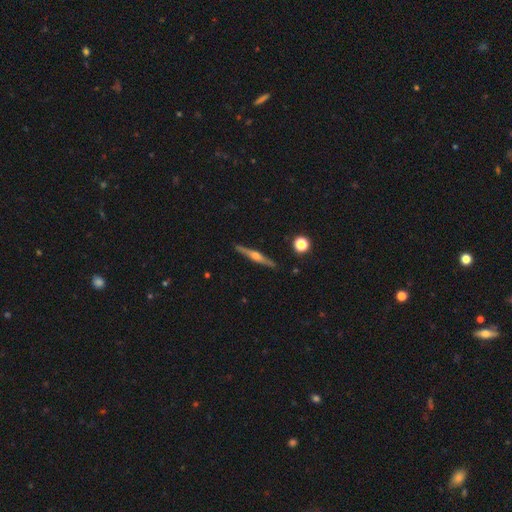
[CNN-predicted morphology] This is likely a featured or disk galaxy (73%). It is clearly viewed edge-on (98%). Edge-on bulge: clearly rounded (87%). Merging: clearly none (90%).